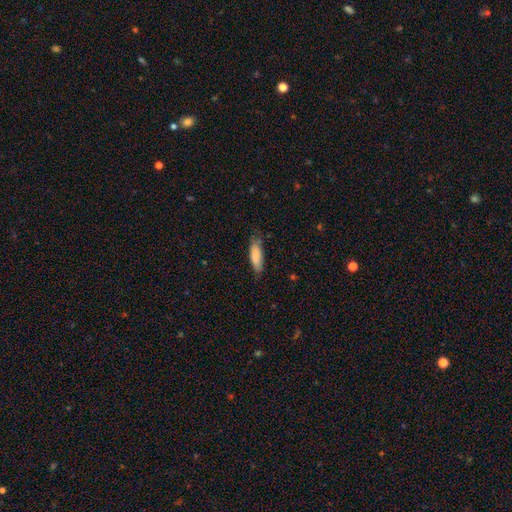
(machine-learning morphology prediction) Smooth or featured? Predicted: smooth (p=0.84). How rounded? Predicted: in between (p=0.52). Merging? Predicted: none (p=0.71).